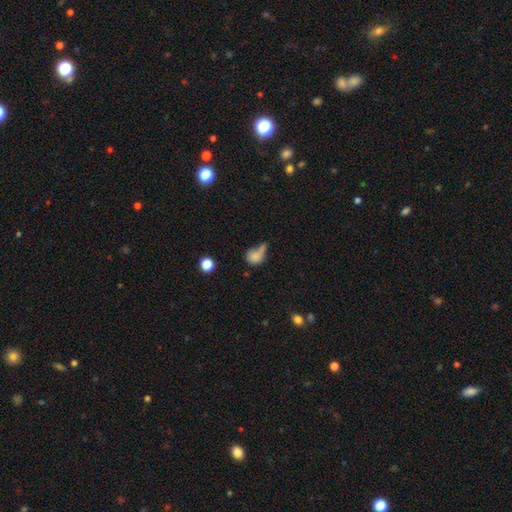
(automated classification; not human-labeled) The model was most divided on "merging": none: 31%, merger: 28%, minor disturbance: 22%, major disturbance: 19%. More confident: smooth or featured — smooth (78%); how rounded — round (61%).